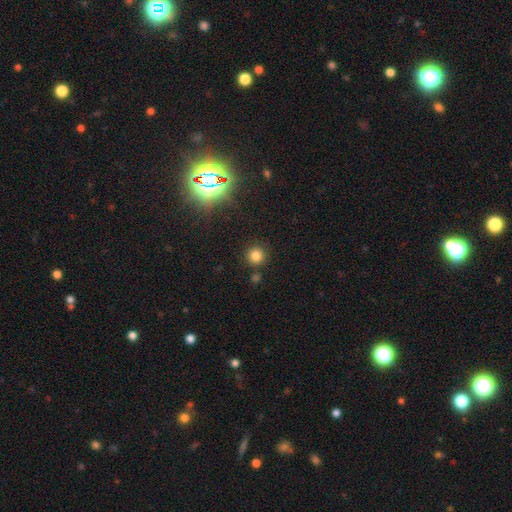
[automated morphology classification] Smooth or featured? Predicted: smooth (p=0.79). How rounded? Predicted: round (p=0.93). Merging? Predicted: none (p=0.84).